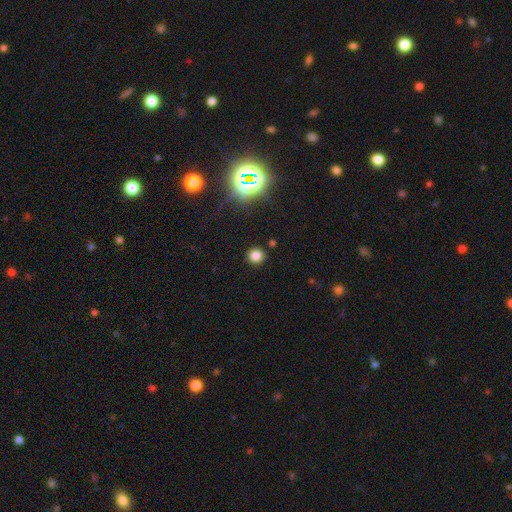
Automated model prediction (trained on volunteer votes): This appears to be a smooth galaxy with no disk features (78%) that is round (89%). Merging: none (89%).